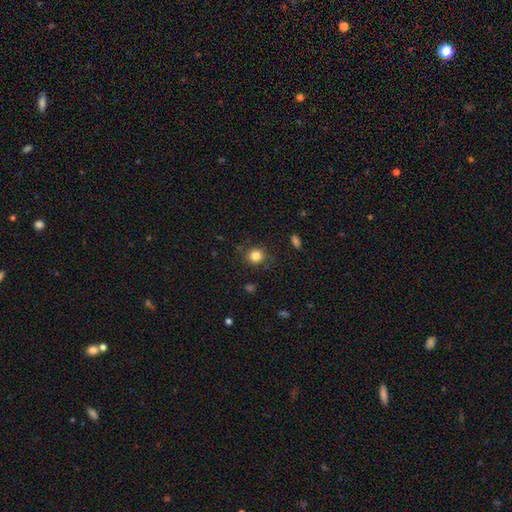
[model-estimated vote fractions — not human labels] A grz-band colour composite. It shows a smooth galaxy with no disk features (83%) that is round (88%). Merging: none (84%).